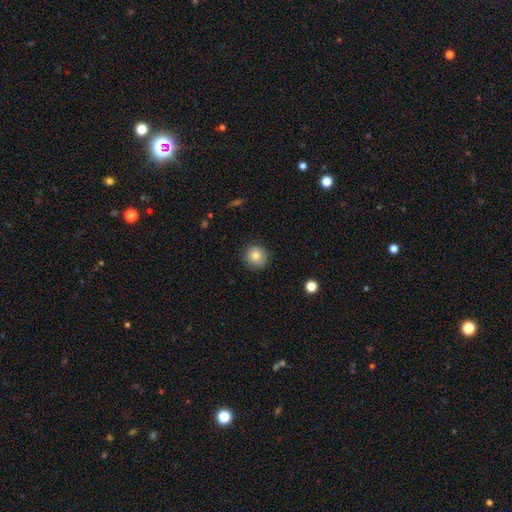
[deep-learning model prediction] Q: Smooth or featured?
A: smooth (81%); runner-up: featured or disk (10%)
Q: How rounded?
A: round (92%); runner-up: in between (7%)
Q: Merging?
A: none (86%); runner-up: minor disturbance (11%)